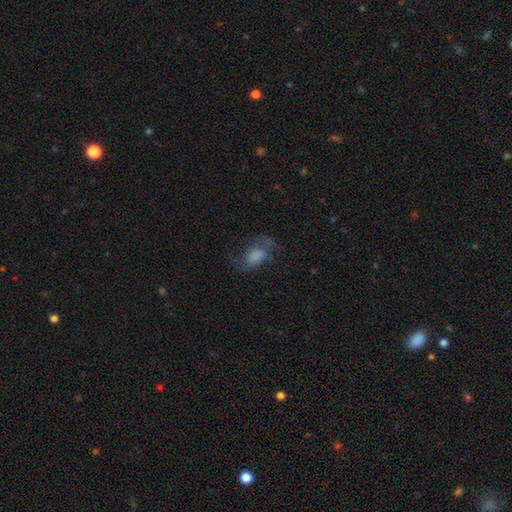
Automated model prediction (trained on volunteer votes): A smooth galaxy with no disk features (52%) that is in between round and cigar-shaped (82%).

Vote fractions:
- Smooth or featured? smooth: 52% / featured or disk: 36% / star or artifact: 12%
- How rounded? in between: 82% / round: 15% / cigar-shaped: 2%
- Merging? none: 46% / major disturbance: 29% / minor disturbance: 23% / merger: 2%